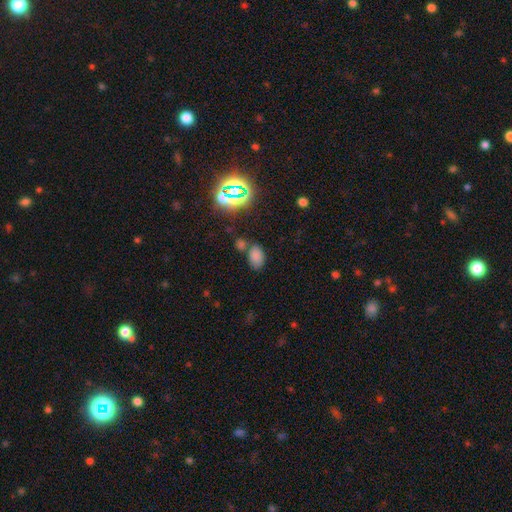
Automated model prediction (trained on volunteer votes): The model was most divided on "merging": none: 64%, merger: 17%, minor disturbance: 14%, major disturbance: 5%. More confident: how rounded — in between (89%); smooth or featured — smooth (73%).